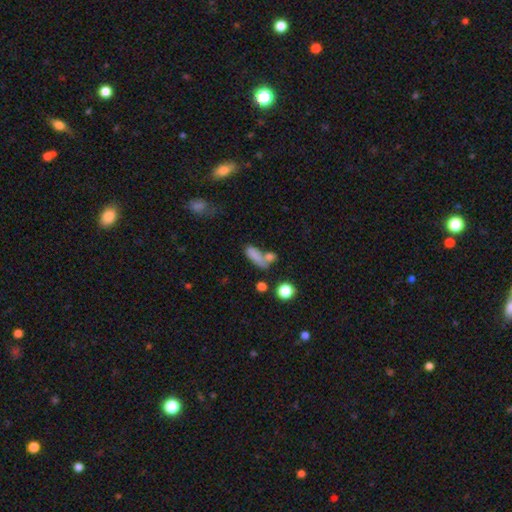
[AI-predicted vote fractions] A smooth galaxy with no disk features (75%) that is in between round and cigar-shaped (59%).

Vote fractions:
- Smooth or featured? smooth: 75% / featured or disk: 13% / star or artifact: 13%
- How rounded? in between: 59% / cigar-shaped: 34% / round: 7%
- Merging? none: 37% / merger: 36% / minor disturbance: 16% / major disturbance: 11%